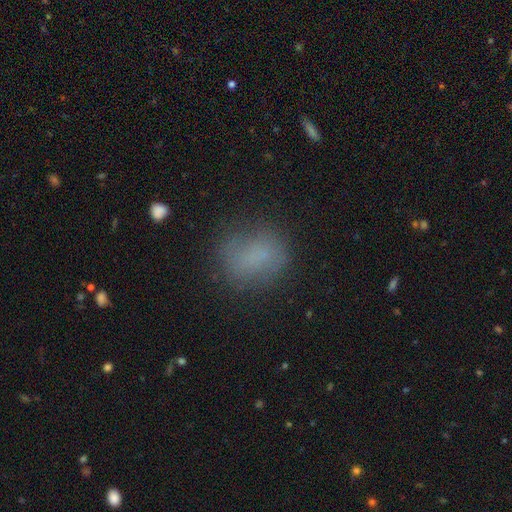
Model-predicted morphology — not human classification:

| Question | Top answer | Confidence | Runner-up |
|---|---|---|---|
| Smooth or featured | smooth | 75% | star or artifact (14%) |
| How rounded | in between | 53% | round (45%) |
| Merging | none | 75% | minor disturbance (17%) |